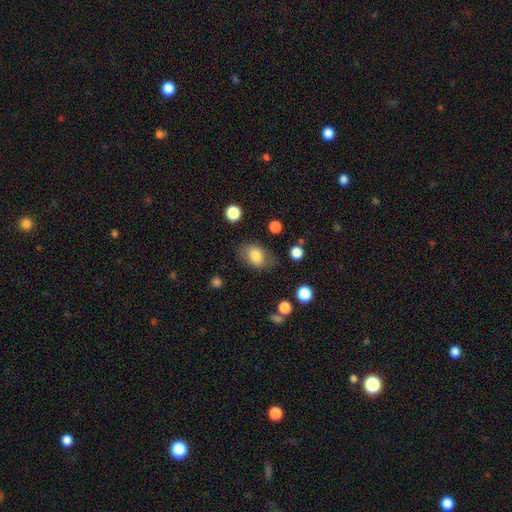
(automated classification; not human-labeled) Q: Smooth or featured?
A: smooth (80%); runner-up: featured or disk (11%)
Q: How rounded?
A: in between (77%); runner-up: round (22%)
Q: Merging?
A: none (68%); runner-up: minor disturbance (21%)